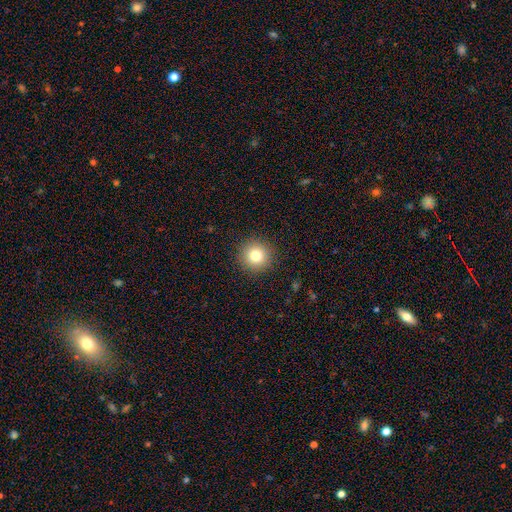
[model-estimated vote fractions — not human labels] This appears to be a smooth galaxy with no disk features (80%) that is round (95%). Merging: none (92%).